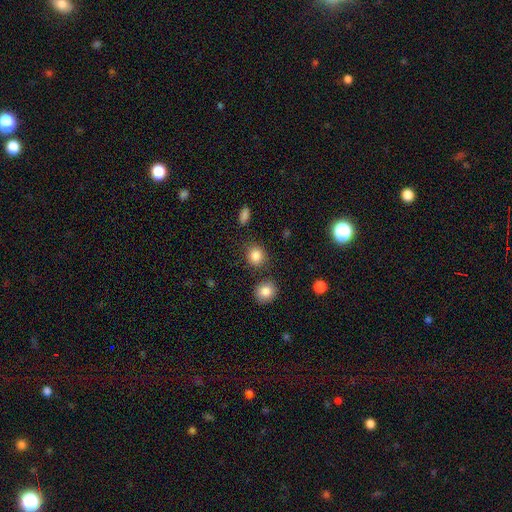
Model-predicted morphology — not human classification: This is clearly a smooth galaxy (85%). How rounded: likely round (78%). Merging: clearly none (81%).